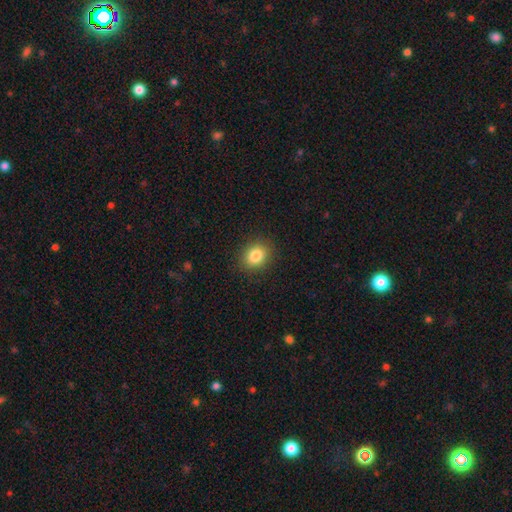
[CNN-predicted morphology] This appears to be a smooth galaxy with no disk features (84%) that is round (52%). Merging: none (89%).